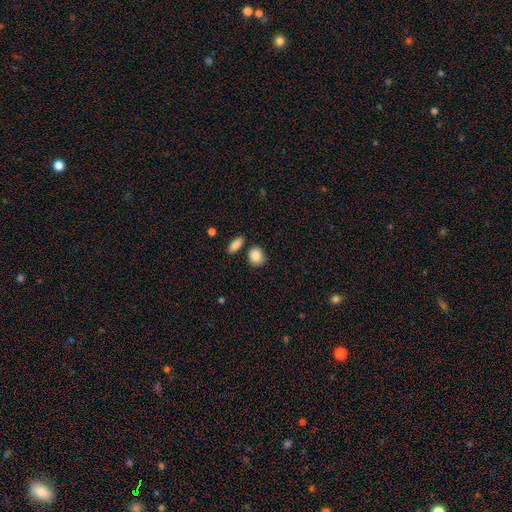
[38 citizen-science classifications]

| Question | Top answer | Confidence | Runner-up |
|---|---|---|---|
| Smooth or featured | smooth | 89% | star or artifact (8%) |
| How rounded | round | 53% | in between (44%) |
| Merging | none | 80% | minor disturbance (9%) |